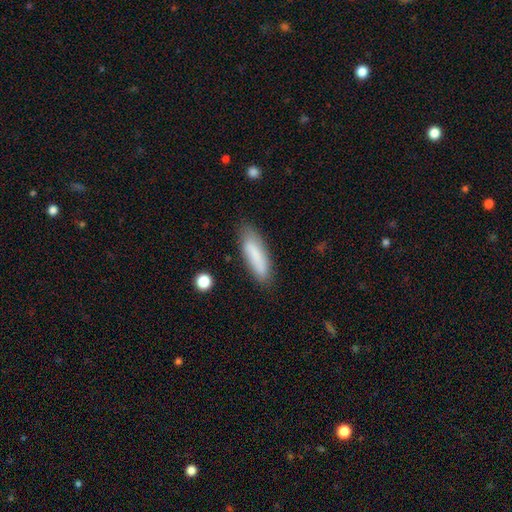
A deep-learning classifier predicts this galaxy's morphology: This appears to be a smooth galaxy with no disk features (78%) that is cigar-shaped (54%). Merging: none (77%).